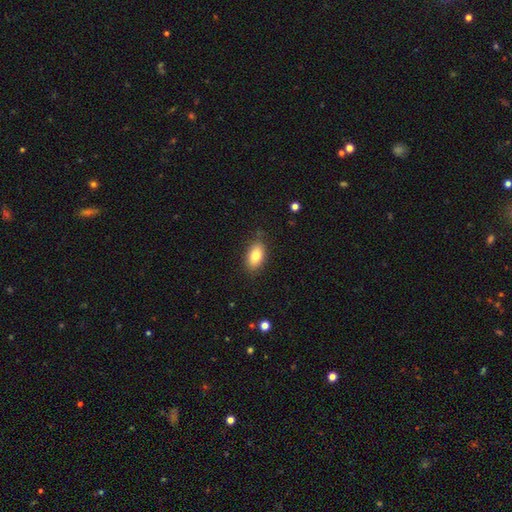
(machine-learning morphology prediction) This appears to be a smooth galaxy with no disk features (82%) that is in between round and cigar-shaped (91%). Merging: none (84%).